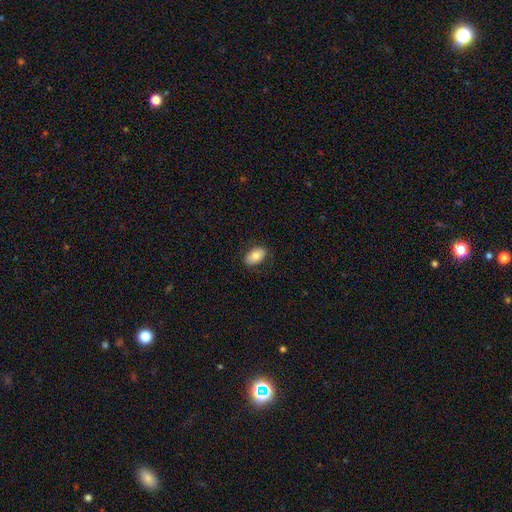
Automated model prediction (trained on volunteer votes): Smooth or featured?
  - smooth: 80% *
  - featured or disk: 12%
  - star or artifact: 7%
How rounded?
  - in between: 91% *
  - round: 7%
  - cigar-shaped: 1%
Merging?
  - none: 84% *
  - minor disturbance: 12%
  - major disturbance: 3%
  - merger: 1%